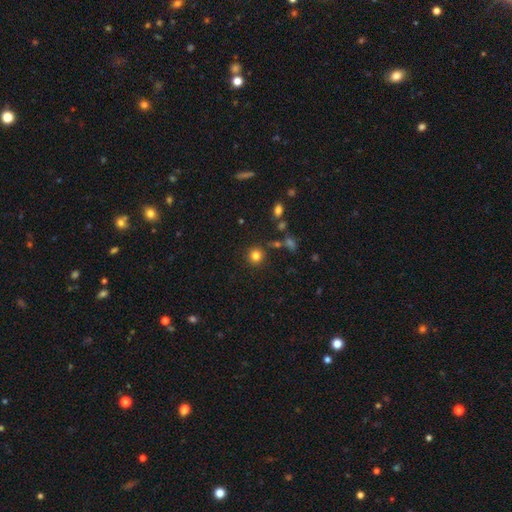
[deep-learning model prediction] Smooth or featured?
  - smooth: 82% *
  - star or artifact: 13%
  - featured or disk: 5%
How rounded?
  - round: 91% *
  - in between: 8%
  - cigar-shaped: 1%
Merging?
  - none: 85% *
  - minor disturbance: 8%
  - merger: 4%
  - major disturbance: 3%